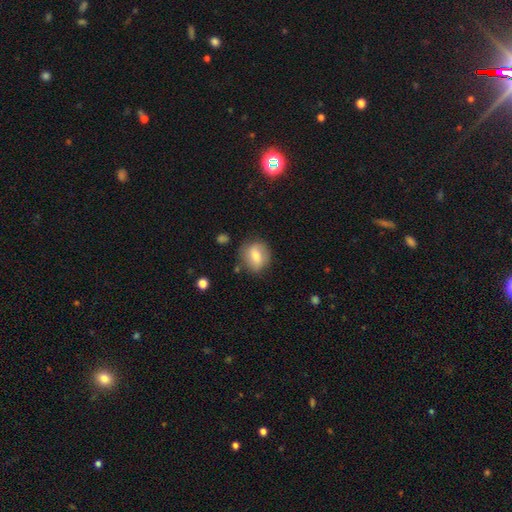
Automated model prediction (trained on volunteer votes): This is likely a smooth galaxy (64%). How rounded: likely round (70%). Merging: likely none (76%).